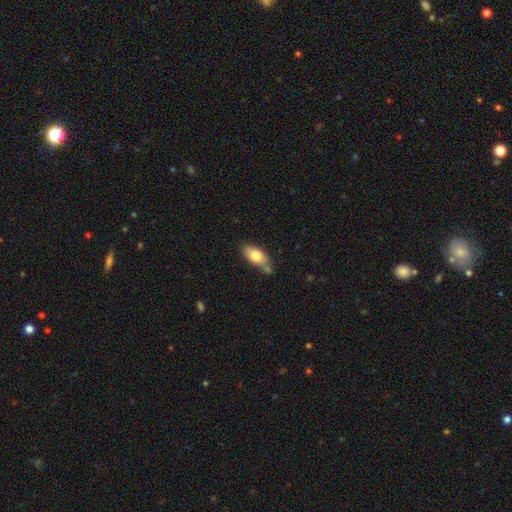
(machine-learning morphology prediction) Smooth or featured? smooth (73%)
How rounded? in between (84%)
Merging? none (55%)